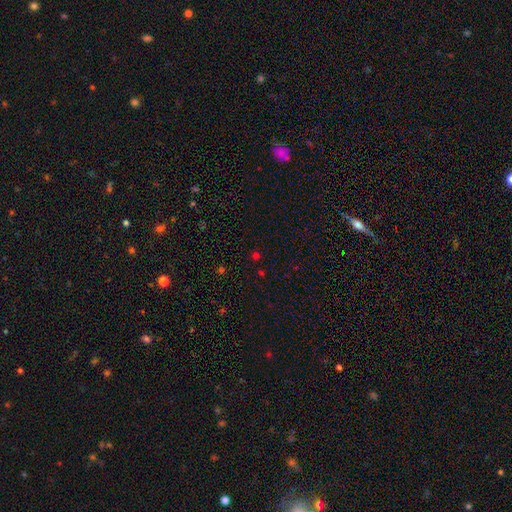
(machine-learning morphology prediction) The model was most divided on "smooth or featured": smooth: 49%, star or artifact: 46%, featured or disk: 5%. More confident: merging — none (83%).